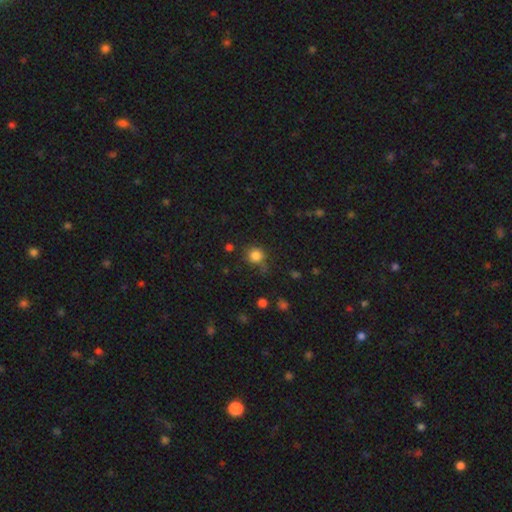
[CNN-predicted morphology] Smooth or featured? Predicted: smooth (p=0.83). How rounded? Predicted: round (p=0.91). Merging? Predicted: none (p=0.73).